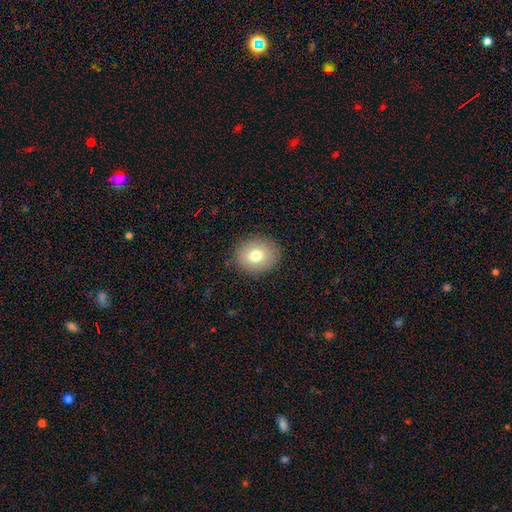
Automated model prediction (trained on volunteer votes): Morphology: type=smooth (76%); roundness=round (67%); merging=none (88%).